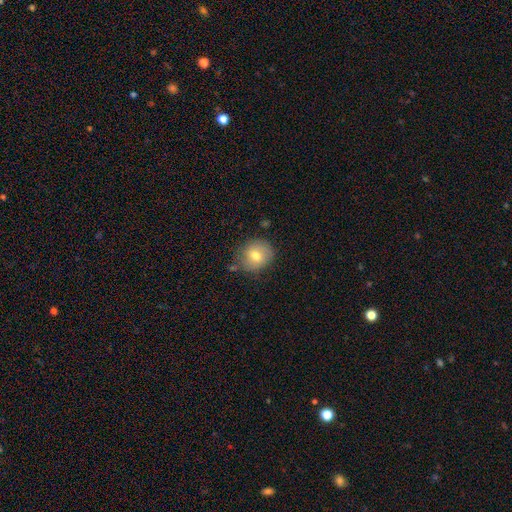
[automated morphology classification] type=smooth (72%); roundness=round (77%); merging=none (75%).